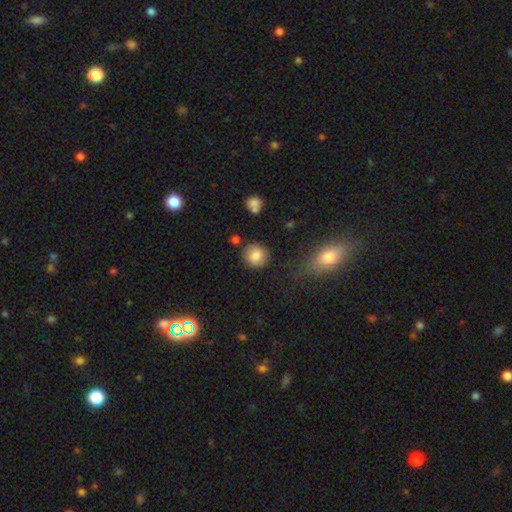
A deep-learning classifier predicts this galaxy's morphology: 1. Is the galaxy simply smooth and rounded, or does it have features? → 83% smooth, 9% star or artifact, 8% featured or disk.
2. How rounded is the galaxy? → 89% round, 10% in between, 1% cigar-shaped.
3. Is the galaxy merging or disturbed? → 83% none, 10% minor disturbance, 4% merger, 3% major disturbance.